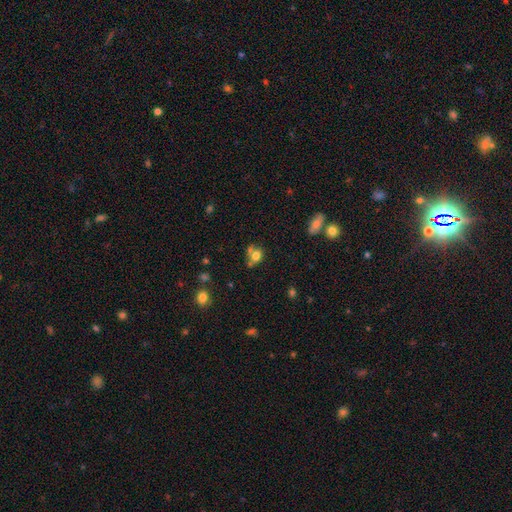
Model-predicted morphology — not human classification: This appears to be a smooth galaxy with no disk features (72%) that is round (63%). Merging: none (43%).